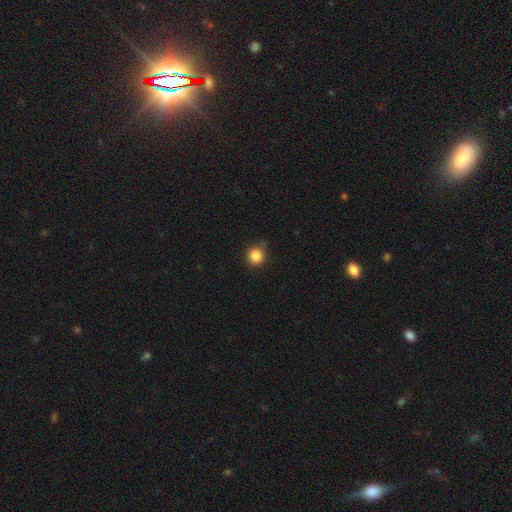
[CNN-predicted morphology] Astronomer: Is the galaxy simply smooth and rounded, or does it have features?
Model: smooth — 86%.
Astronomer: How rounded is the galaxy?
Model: round — 89%.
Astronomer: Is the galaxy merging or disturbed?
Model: none — 79%.